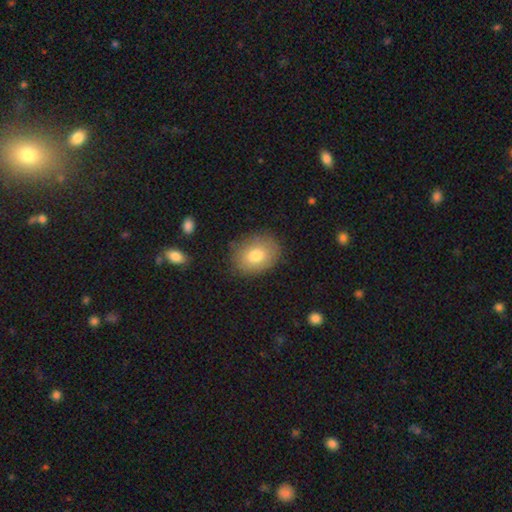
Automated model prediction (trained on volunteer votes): smooth-or-featured: smooth: 78% | featured or disk: 14% | star or artifact: 8%
  how-rounded: in between: 58% | round: 41% | cigar-shaped: 1%
  merging: none: 81% | minor disturbance: 14% | major disturbance: 4% | merger: 1%